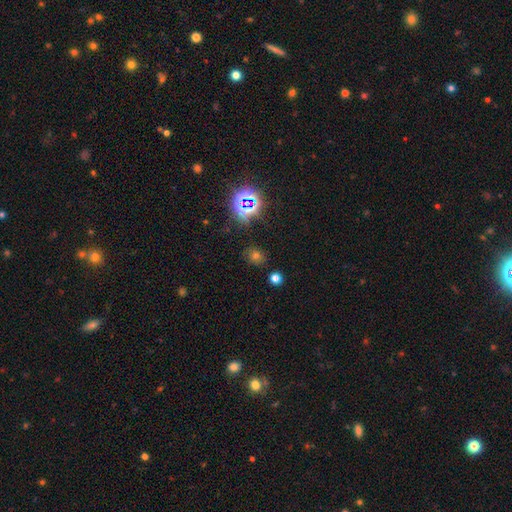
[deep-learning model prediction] The model was most divided on "smooth or featured": smooth: 53%, star or artifact: 38%, featured or disk: 9%. More confident: merging — none (82%); how rounded — round (60%).